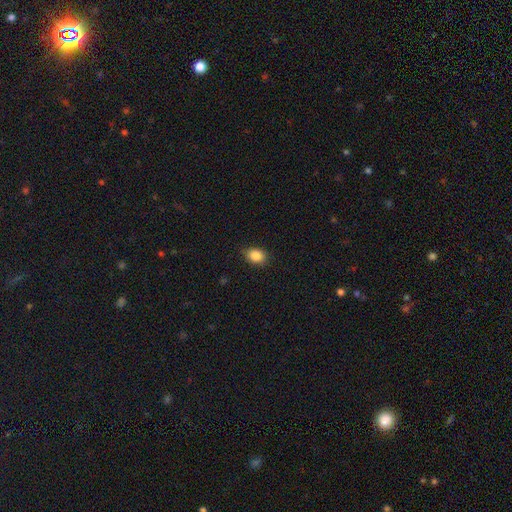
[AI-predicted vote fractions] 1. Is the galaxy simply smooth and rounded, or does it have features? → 87% smooth, 9% star or artifact, 5% featured or disk.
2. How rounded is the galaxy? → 72% in between, 27% round, 1% cigar-shaped.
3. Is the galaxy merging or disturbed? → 84% none, 12% minor disturbance, 3% major disturbance, 1% merger.